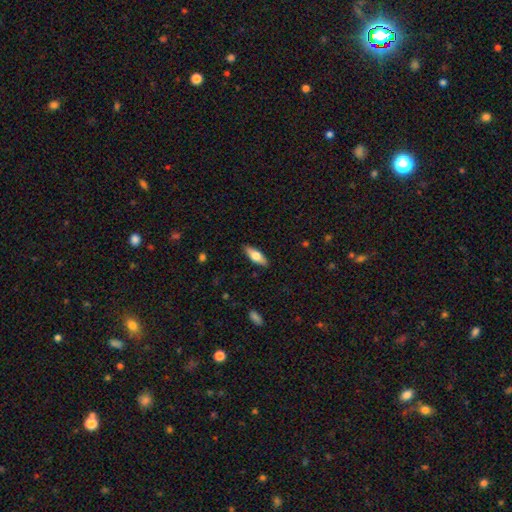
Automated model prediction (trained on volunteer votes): Smooth or featured? Predicted: smooth (p=0.63). How rounded? Predicted: in between (p=0.65). Merging? Predicted: none (p=0.88).